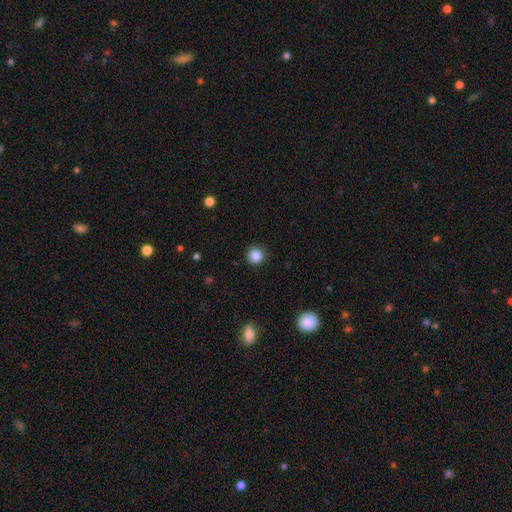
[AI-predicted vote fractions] Smooth or featured?
  - smooth: 86% *
  - star or artifact: 11%
  - featured or disk: 3%
How rounded?
  - round: 93% *
  - in between: 6%
  - cigar-shaped: 1%
Merging?
  - none: 88% *
  - minor disturbance: 9%
  - major disturbance: 3%
  - merger: 1%